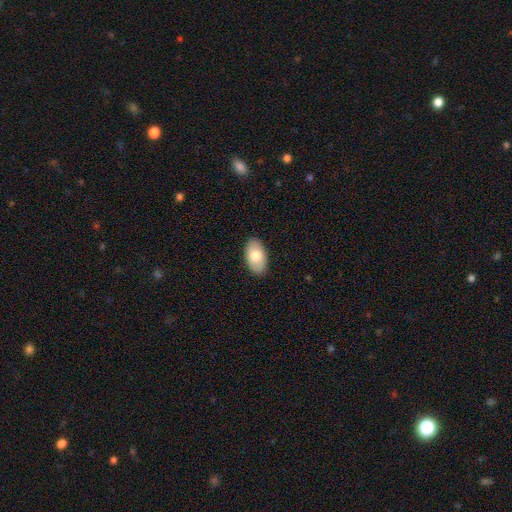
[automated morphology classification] Smooth or featured? Predicted: smooth (p=0.77). How rounded? Predicted: in between (p=0.95). Merging? Predicted: none (p=0.88).